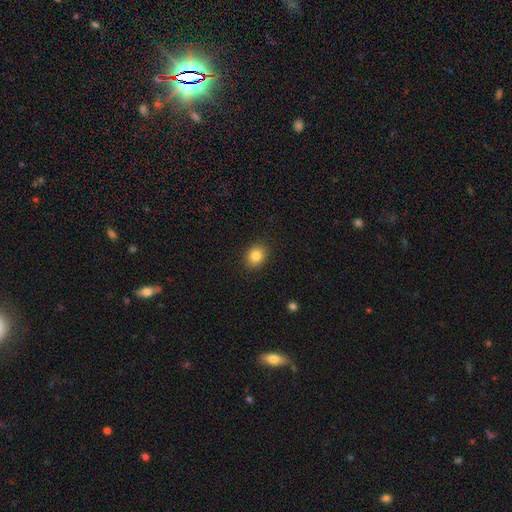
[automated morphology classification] A smooth galaxy with no disk features (85%) that is round (57%). Merging: none (89%).